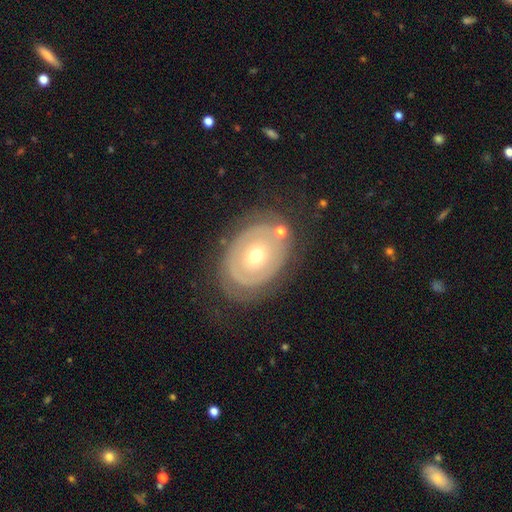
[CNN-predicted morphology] Smooth or featured: featured or disk — 68% (smooth — 26%)
Edge-on disk: no — 94% (yes — 6%)
Bar: no — 84% (weak — 12%)
Spiral arms: no — 55% (yes — 45%)
Bulge size: small — 51% (moderate — 45%)
Merging: none — 72% (minor disturbance — 17%)